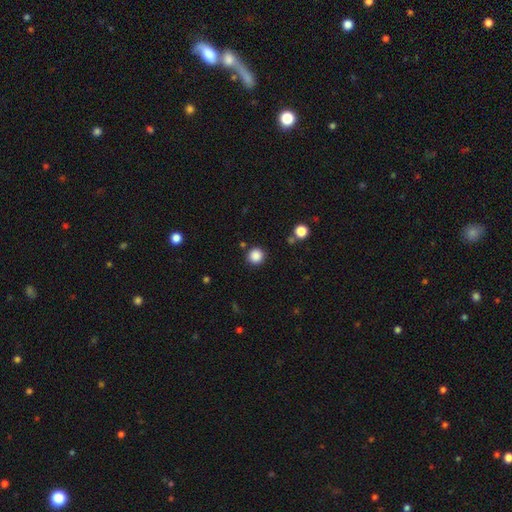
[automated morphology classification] This appears to be a smooth galaxy with no disk features (86%) that is round (95%). Merging: none (88%).